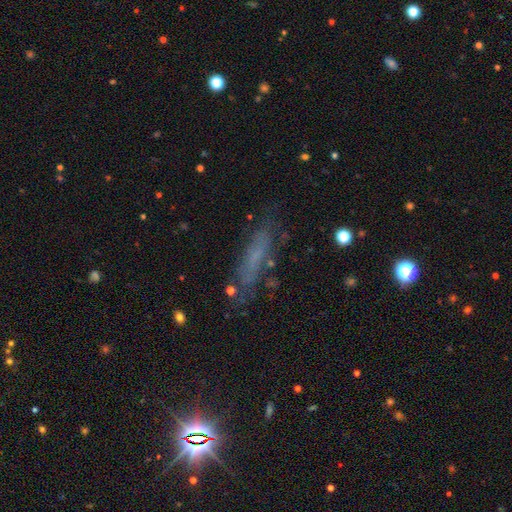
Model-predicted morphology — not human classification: Smooth or featured: smooth — 48% (featured or disk — 35%)
Merging: none — 69% (minor disturbance — 19%)